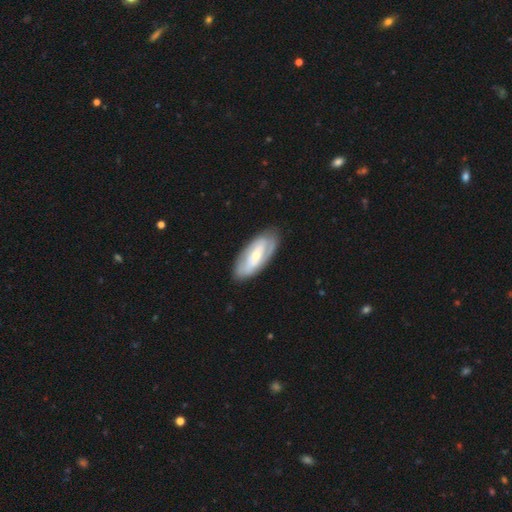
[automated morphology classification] Smooth or featured? featured or disk (67%)
Edge-on disk? no (89%)
Bar? no (37%)
Spiral arms? yes (59%)
Bulge size? small (55%)
Merging? none (80%)